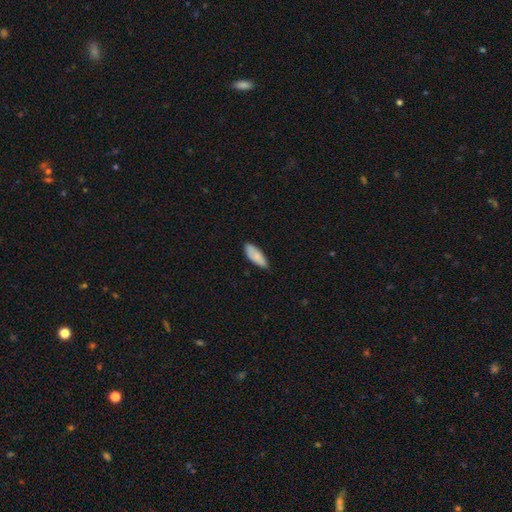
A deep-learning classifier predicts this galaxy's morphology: Q: Smooth or featured?
A: smooth (84%); runner-up: featured or disk (10%)
Q: How rounded?
A: in between (76%); runner-up: cigar-shaped (22%)
Q: Merging?
A: none (72%); runner-up: minor disturbance (24%)